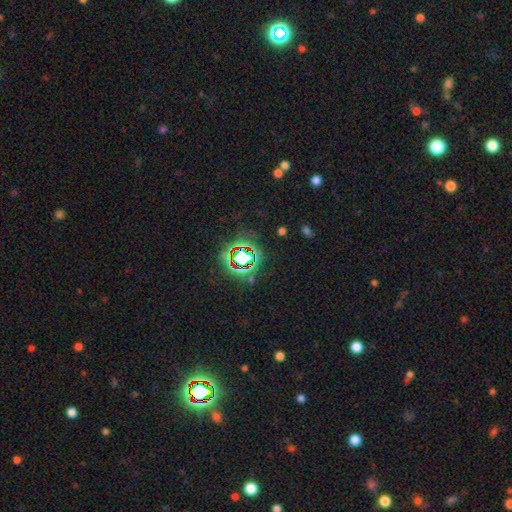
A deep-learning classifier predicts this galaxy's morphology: Smooth or featured: star or artifact — 80% (smooth — 12%)